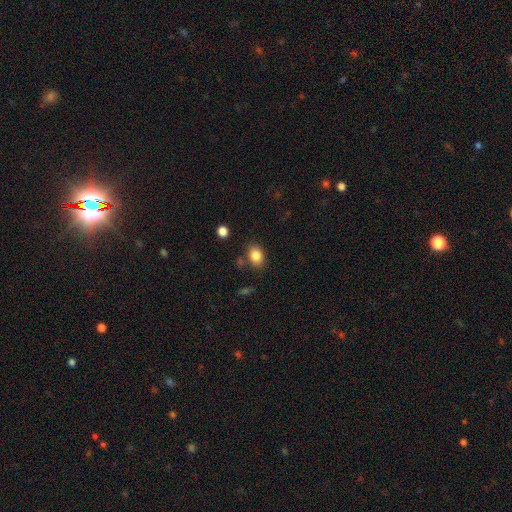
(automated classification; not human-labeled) This appears to be a smooth galaxy with no disk features (84%) that is in between round and cigar-shaped (73%). Merging: none (78%).